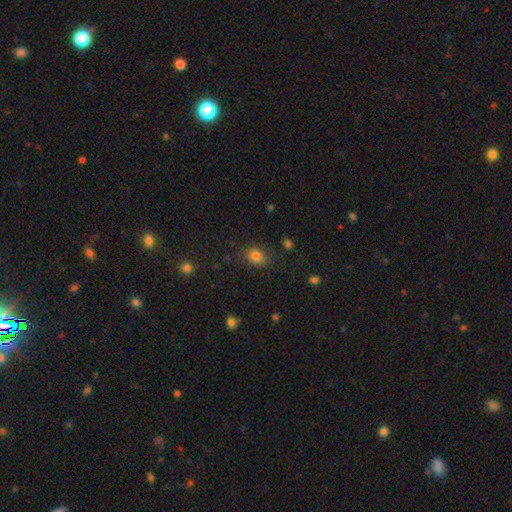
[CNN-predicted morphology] Smooth or featured? smooth (81%)
How rounded? in between (58%)
Merging? none (78%)